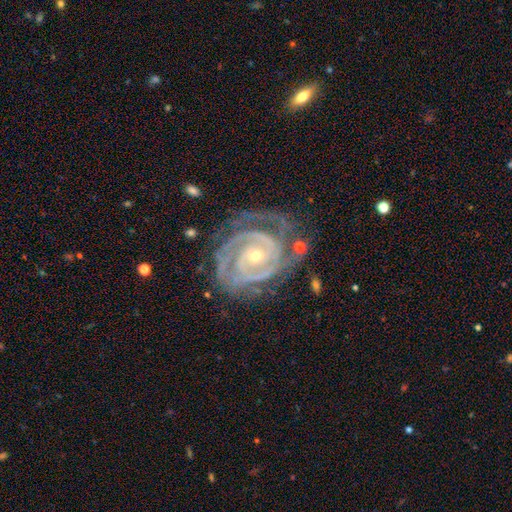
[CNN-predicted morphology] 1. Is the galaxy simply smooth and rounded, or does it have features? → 92% featured or disk, 5% star or artifact, 3% smooth.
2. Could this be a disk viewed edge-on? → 97% no, 3% yes.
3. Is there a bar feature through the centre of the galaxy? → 62% no, 25% weak, 13% strong.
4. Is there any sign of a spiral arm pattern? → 98% yes, 2% no.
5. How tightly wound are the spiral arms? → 80% tight, 18% medium, 2% loose.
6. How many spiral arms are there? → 47% 2, 25% 3, 11% can't tell, 7% 4, 4% 1, 4% more than 4.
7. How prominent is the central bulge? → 66% small, 31% moderate, 1% large, 1% none, 1% dominant.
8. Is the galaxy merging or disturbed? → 64% none, 22% minor disturbance, 11% major disturbance, 3% merger.